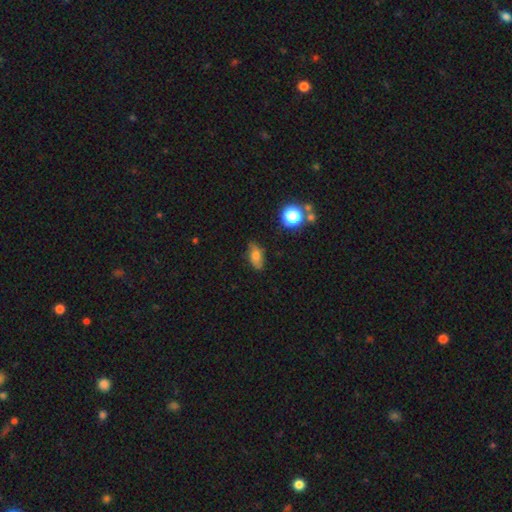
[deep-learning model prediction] Smooth or featured: smooth — 69% (featured or disk — 20%)
How rounded: in between — 85% (round — 8%)
Merging: none — 74% (minor disturbance — 20%)